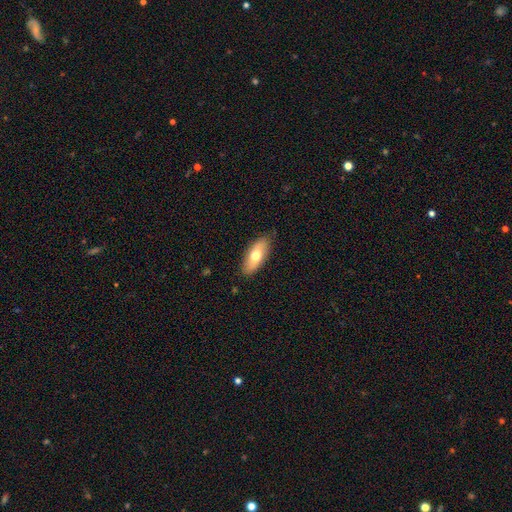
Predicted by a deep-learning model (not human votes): This appears to be a smooth galaxy with no disk features (67%) that is in between round and cigar-shaped (80%). Merging: none (85%).